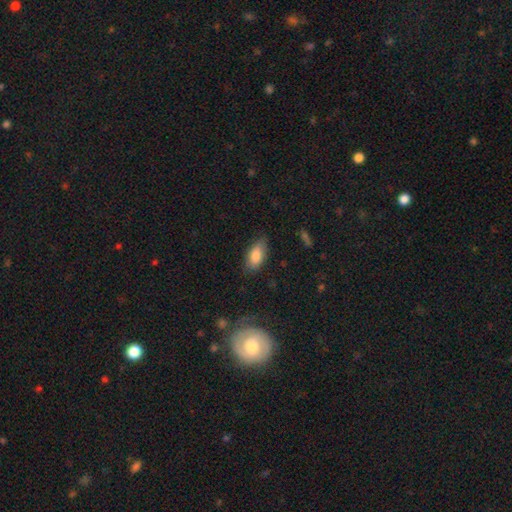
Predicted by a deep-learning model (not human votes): This appears to be a smooth galaxy with no disk features (83%) that is in between round and cigar-shaped (89%). Merging: none (78%).